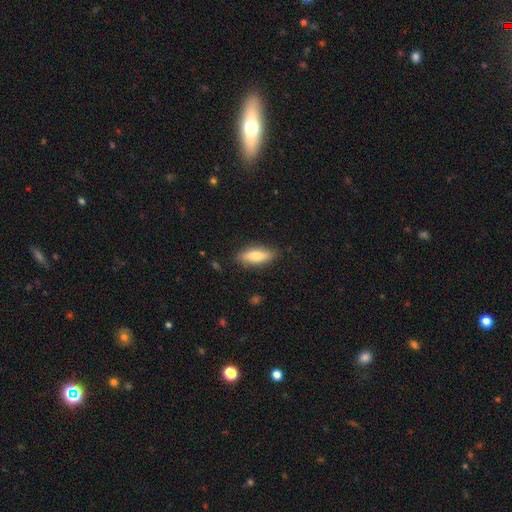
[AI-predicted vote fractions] This is likely a smooth galaxy (73%). How rounded: likely in between (66%). Merging: clearly none (85%).